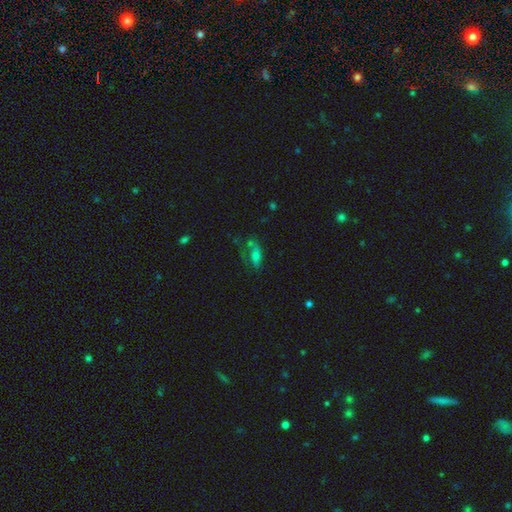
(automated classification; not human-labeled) Q: Smooth or featured?
A: smooth (56%); runner-up: featured or disk (30%)
Q: How rounded?
A: in between (76%); runner-up: cigar-shaped (18%)
Q: Merging?
A: none (39%); runner-up: major disturbance (27%)